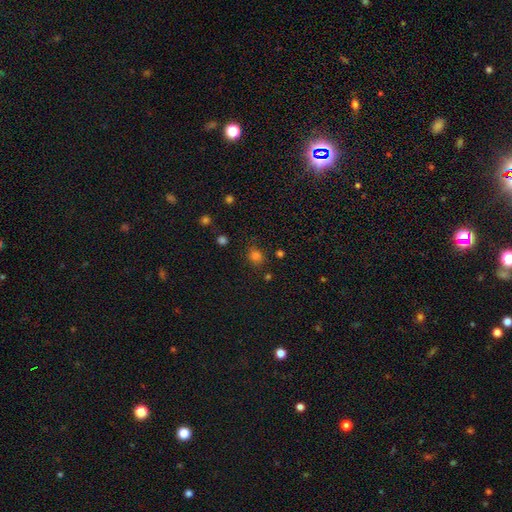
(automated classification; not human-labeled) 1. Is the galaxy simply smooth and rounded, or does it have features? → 75% smooth, 20% star or artifact, 5% featured or disk.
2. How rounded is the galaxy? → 74% round, 25% in between, 1% cigar-shaped.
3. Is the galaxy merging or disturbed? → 79% none, 14% minor disturbance, 4% major disturbance, 3% merger.